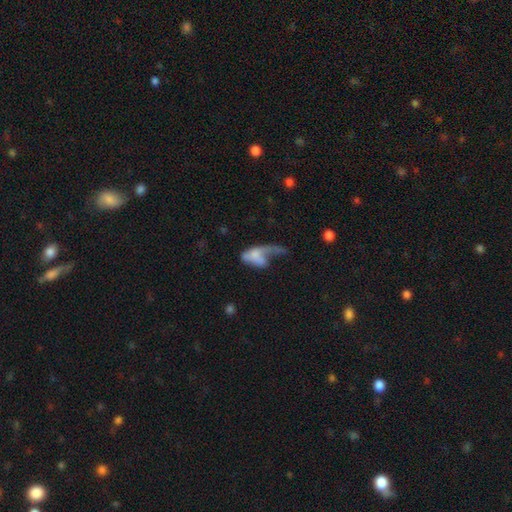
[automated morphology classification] Overall: smooth (49%; featured or disk 42%). Merging: major disturbance (60%).